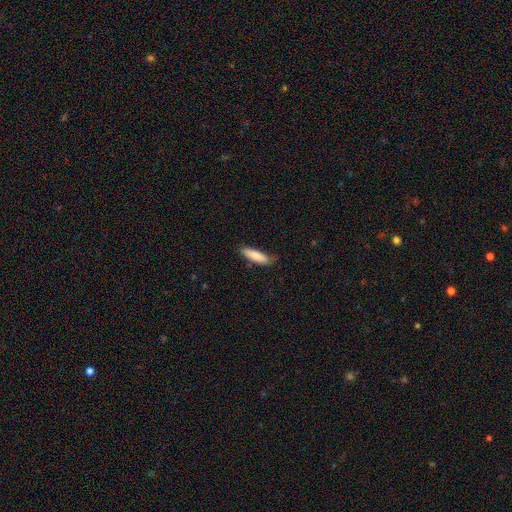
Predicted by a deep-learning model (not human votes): Overall: smooth (84%). How rounded: cigar-shaped (65%; in between 33%). Merging: none (74%).